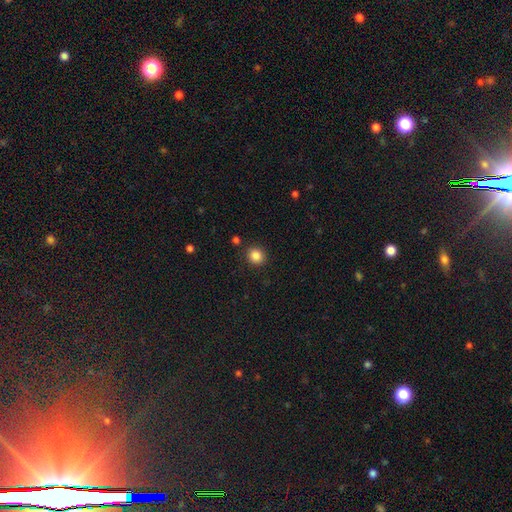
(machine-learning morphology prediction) Smooth or featured: smooth — 86% (star or artifact — 11%)
How rounded: round — 84% (in between — 15%)
Merging: none — 88% (minor disturbance — 7%)